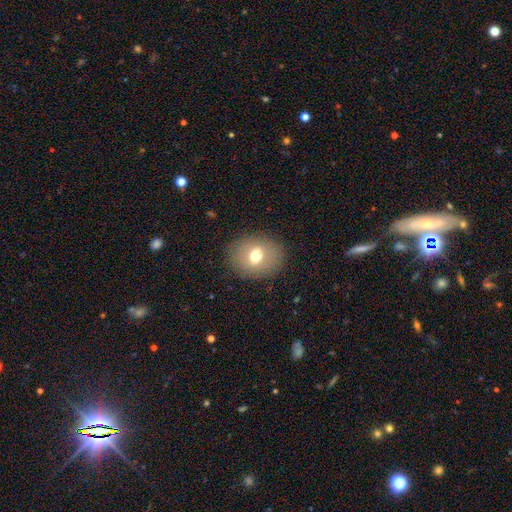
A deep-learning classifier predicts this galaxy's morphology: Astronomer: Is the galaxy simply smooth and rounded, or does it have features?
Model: smooth — 66%.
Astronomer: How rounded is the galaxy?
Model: round — 53% (runner-up: in between, 46%).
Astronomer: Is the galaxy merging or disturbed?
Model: none — 85%.